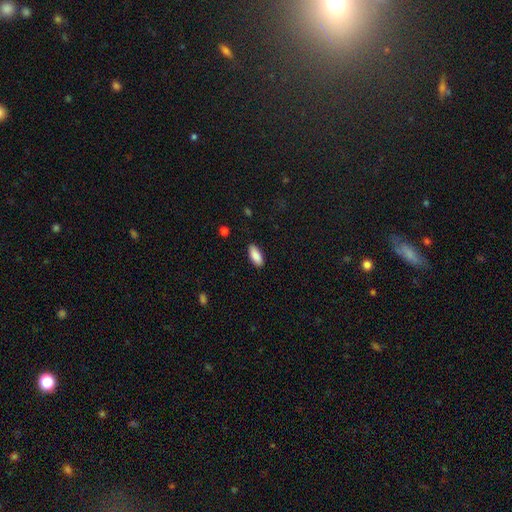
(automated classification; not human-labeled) Smooth or featured?
  - smooth: 89% *
  - star or artifact: 6%
  - featured or disk: 5%
How rounded?
  - in between: 83% *
  - cigar-shaped: 15%
  - round: 2%
Merging?
  - none: 88% *
  - minor disturbance: 9%
  - major disturbance: 2%
  - merger: 1%